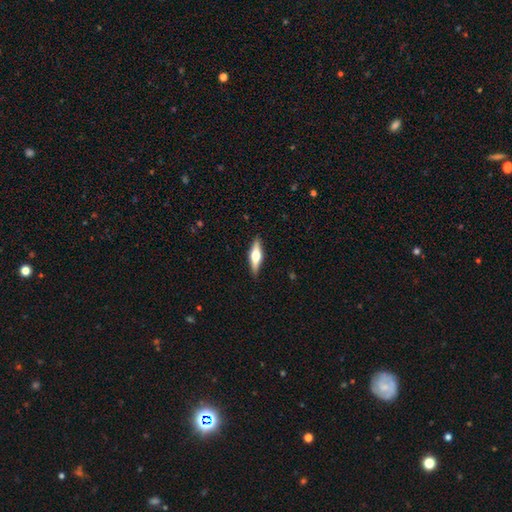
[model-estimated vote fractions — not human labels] This is possibly a featured or disk galaxy (59%). It is clearly viewed edge-on (95%). Edge-on bulge: clearly rounded (95%). Merging: clearly none (89%).